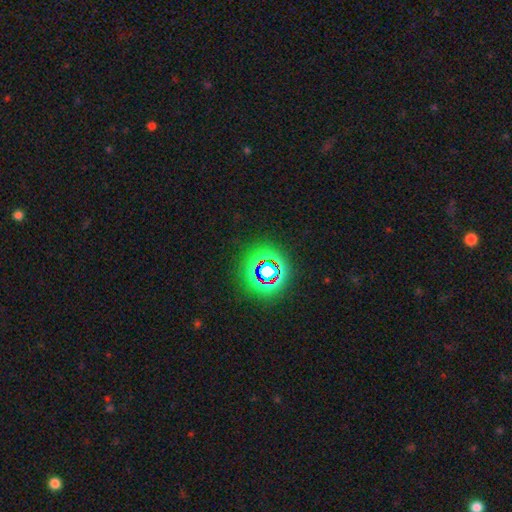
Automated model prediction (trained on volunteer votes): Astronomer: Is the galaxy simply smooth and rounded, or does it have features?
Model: star or artifact — 76%.